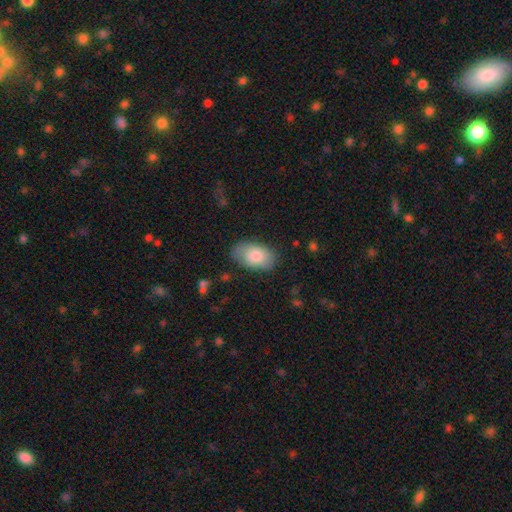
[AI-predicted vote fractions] This is likely a smooth galaxy (79%). How rounded: clearly in between (92%). Merging: likely none (75%).